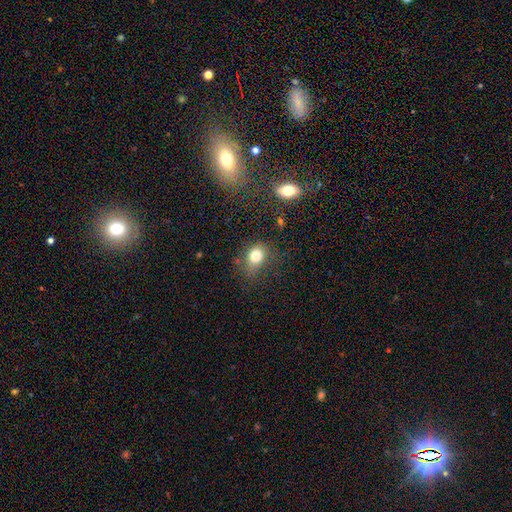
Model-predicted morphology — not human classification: smooth-or-featured: smooth: 78% | star or artifact: 13% | featured or disk: 9%
  how-rounded: round: 50% | in between: 49% | cigar-shaped: 1%
  merging: none: 57% | minor disturbance: 27% | major disturbance: 13% | merger: 4%